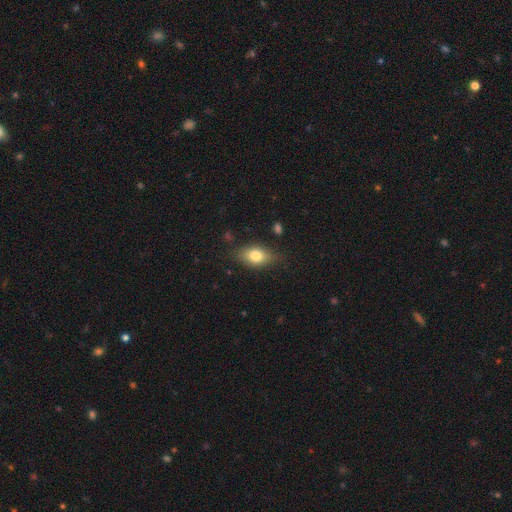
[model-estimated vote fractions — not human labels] smooth-or-featured: smooth: 76% | featured or disk: 16% | star or artifact: 8%
  how-rounded: in between: 81% | round: 13% | cigar-shaped: 5%
  merging: none: 75% | minor disturbance: 19% | major disturbance: 5% | merger: 2%